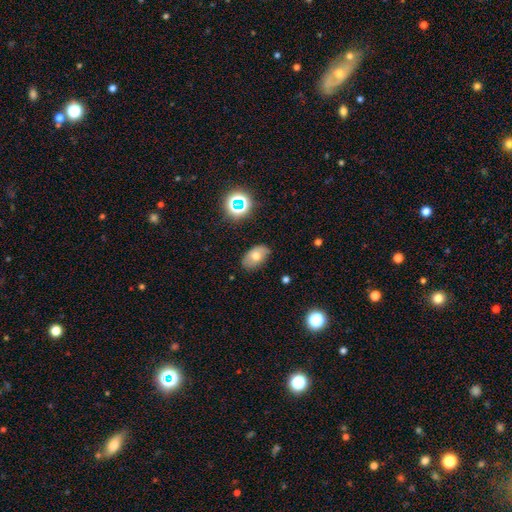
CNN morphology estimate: A smooth galaxy with no disk features (66%) that is in between round and cigar-shaped (89%). Merging: none (77%).